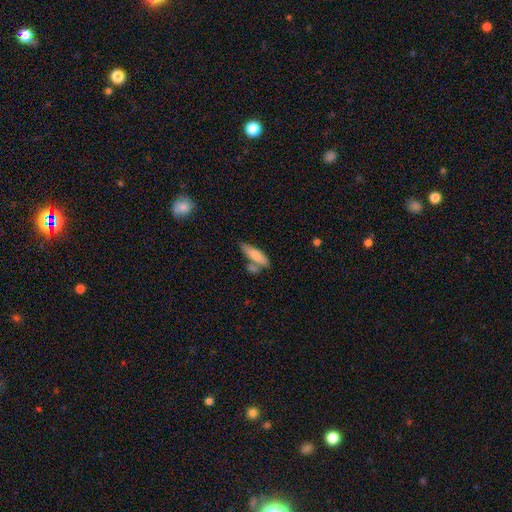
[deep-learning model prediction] Smooth or featured? smooth (76%)
How rounded? cigar-shaped (52%)
Merging? none (50%)